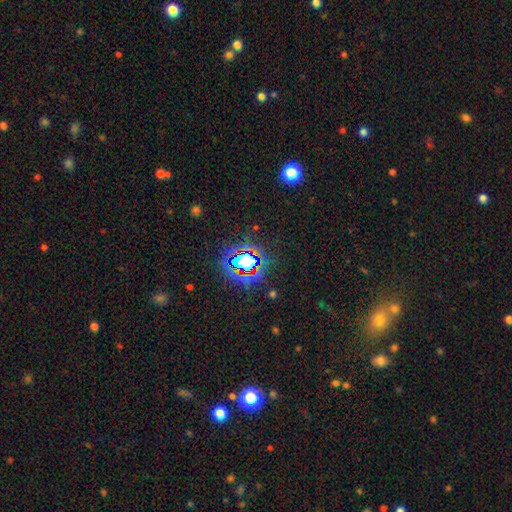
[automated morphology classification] This appears to be a star or artifact, not a galaxy (80%).